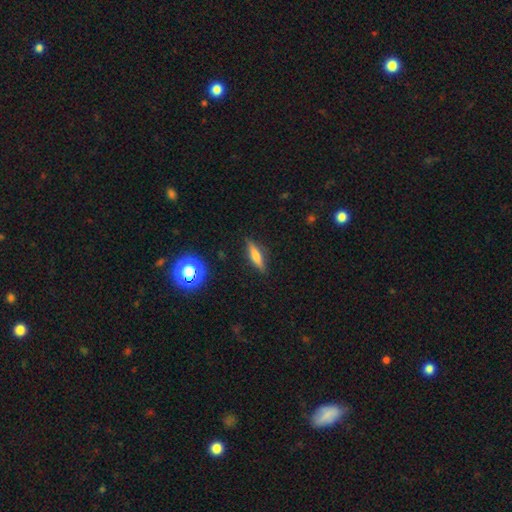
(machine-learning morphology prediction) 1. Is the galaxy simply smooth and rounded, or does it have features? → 50% smooth, 40% featured or disk, 10% star or artifact.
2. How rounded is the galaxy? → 77% cigar-shaped, 20% in between, 3% round.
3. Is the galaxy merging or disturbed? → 88% none, 9% minor disturbance, 2% major disturbance, 1% merger.